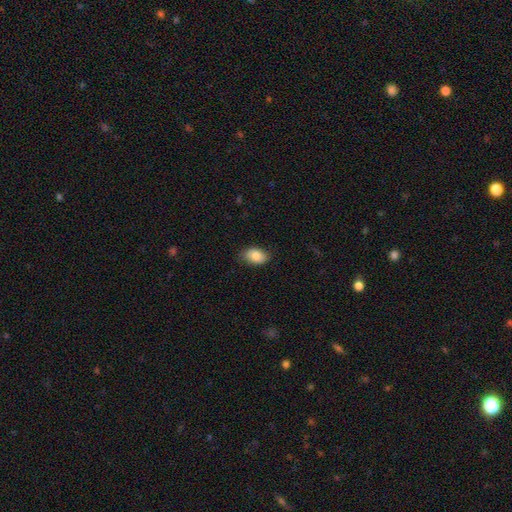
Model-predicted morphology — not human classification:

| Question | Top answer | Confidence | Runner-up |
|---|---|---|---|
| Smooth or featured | smooth | 84% | featured or disk (9%) |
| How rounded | in between | 89% | round (10%) |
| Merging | none | 79% | minor disturbance (17%) |